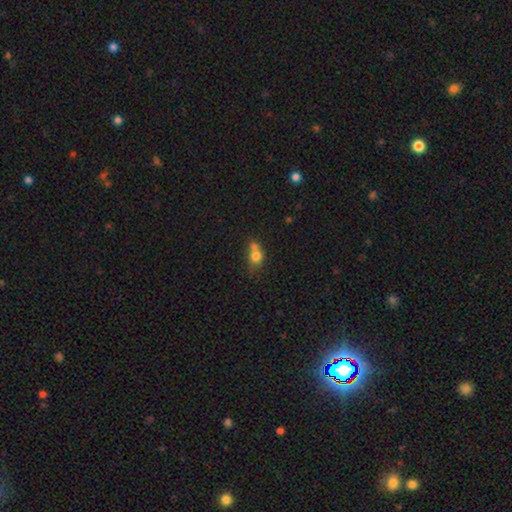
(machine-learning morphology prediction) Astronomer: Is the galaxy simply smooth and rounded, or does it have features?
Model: smooth — 74%.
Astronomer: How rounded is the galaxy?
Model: round — 63%.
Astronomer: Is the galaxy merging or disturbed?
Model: merger — 57%.